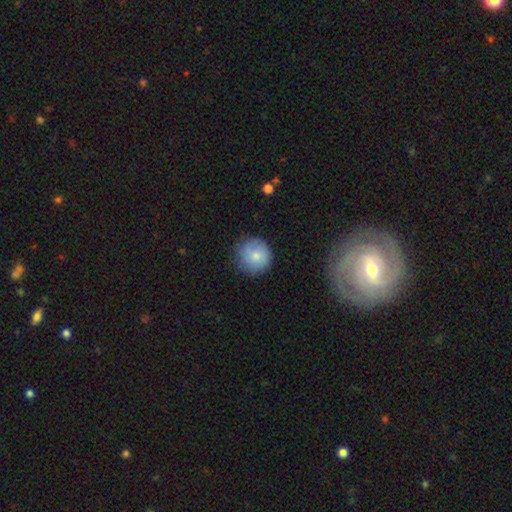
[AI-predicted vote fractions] This is likely a smooth galaxy (80%). How rounded: clearly round (93%). Merging: likely none (78%).